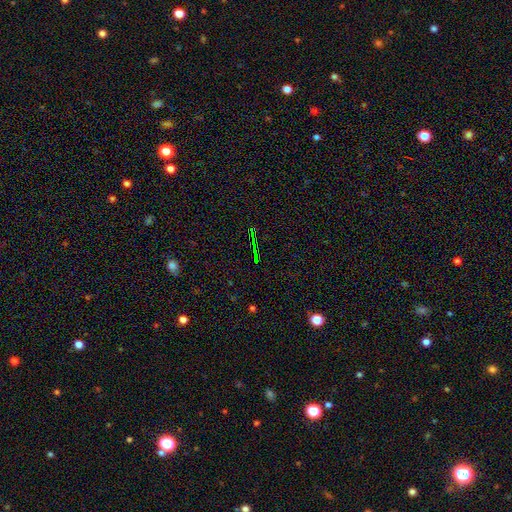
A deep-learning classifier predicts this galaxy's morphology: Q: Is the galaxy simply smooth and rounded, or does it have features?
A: star or artifact — 73%.